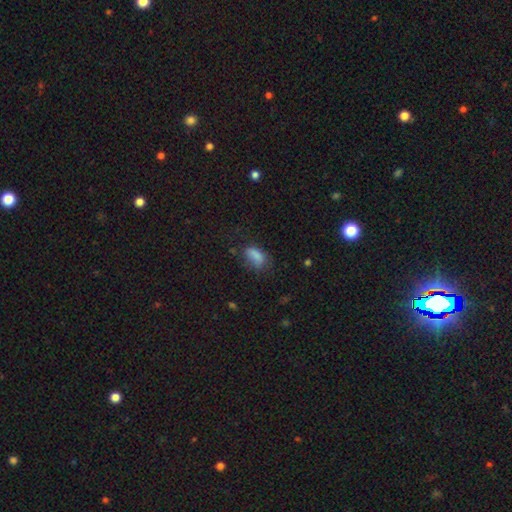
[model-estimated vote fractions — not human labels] Smooth or featured?
  - smooth: 80% *
  - star or artifact: 11%
  - featured or disk: 9%
How rounded?
  - in between: 87% *
  - round: 8%
  - cigar-shaped: 5%
Merging?
  - none: 51% *
  - minor disturbance: 29%
  - major disturbance: 16%
  - merger: 4%